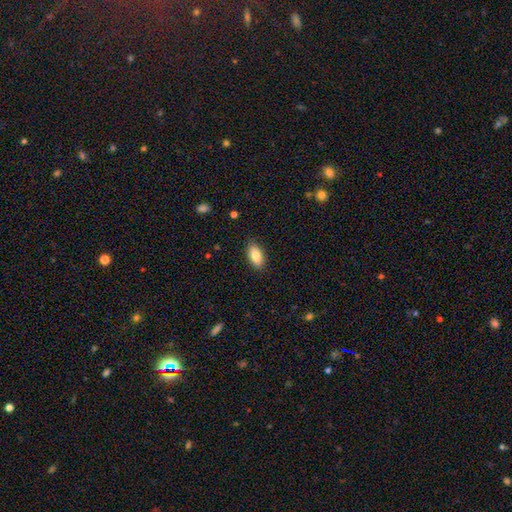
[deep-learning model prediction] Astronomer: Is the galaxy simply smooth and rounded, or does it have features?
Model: smooth — 85%.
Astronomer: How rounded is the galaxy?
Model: in between — 91%.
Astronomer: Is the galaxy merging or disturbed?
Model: none — 87%.